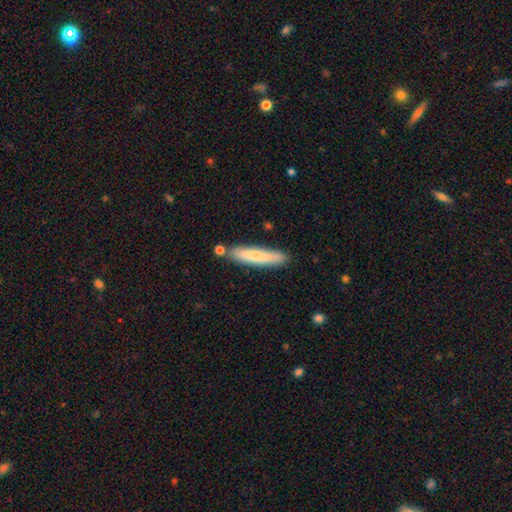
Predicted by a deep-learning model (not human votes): Smooth or featured? smooth (75%)
How rounded? cigar-shaped (90%)
Merging? none (78%)